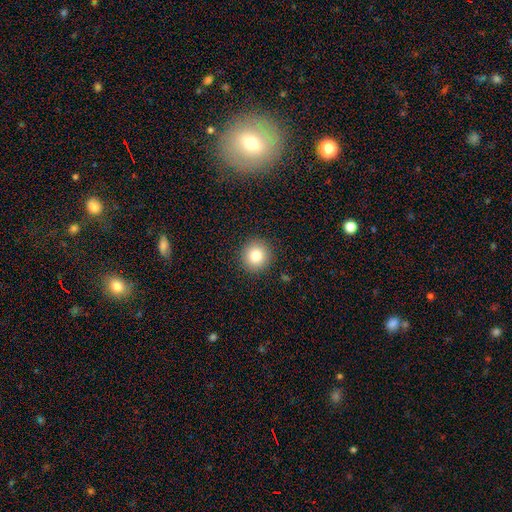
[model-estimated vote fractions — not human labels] Smooth or featured? Predicted: smooth (p=0.82). How rounded? Predicted: round (p=0.94). Merging? Predicted: none (p=0.92).